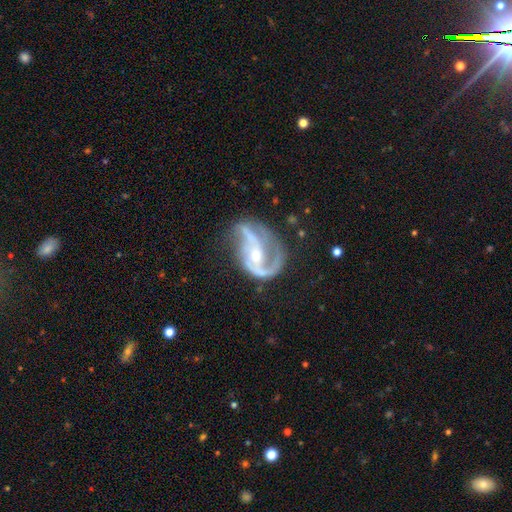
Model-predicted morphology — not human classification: type=featured or disk (90%); edge-on=no (97%); bar=no (47%); spiral arms=yes (96%); winding=medium (48%); arm count=2 (77%); bulge=small (56%); merging=none (50%).